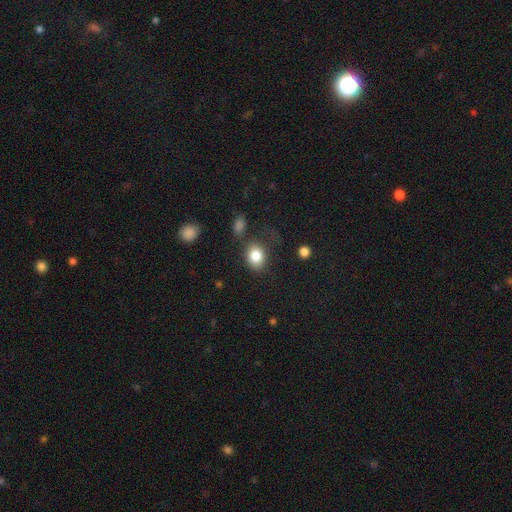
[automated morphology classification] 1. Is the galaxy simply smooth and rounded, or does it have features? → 83% smooth, 9% star or artifact, 8% featured or disk.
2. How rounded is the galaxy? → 55% in between, 44% round, 1% cigar-shaped.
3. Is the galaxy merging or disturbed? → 71% none, 17% minor disturbance, 7% major disturbance, 5% merger.